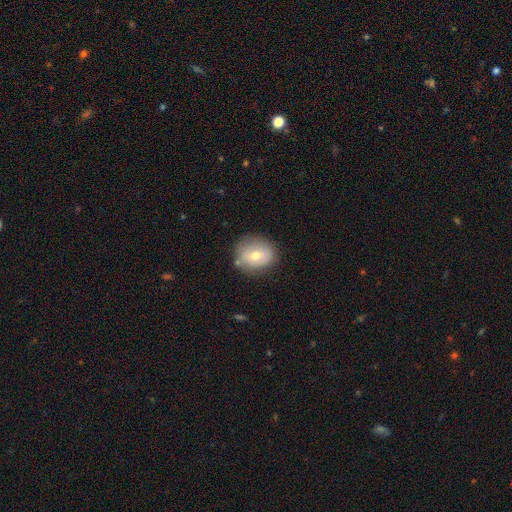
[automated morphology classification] type=smooth (57%); roundness=round (69%); merging=none (76%).